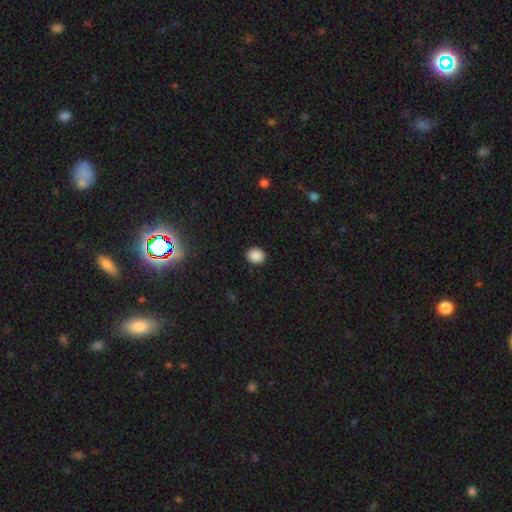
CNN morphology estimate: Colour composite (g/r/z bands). It shows a smooth galaxy with no disk features (87%) that is round (75%). Merging: none (90%).